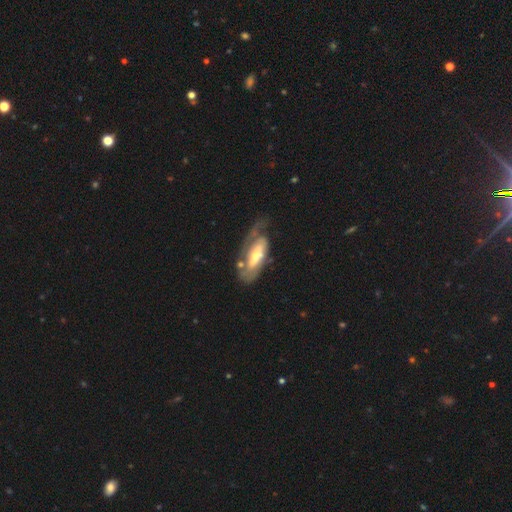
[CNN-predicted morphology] This is likely a featured or disk galaxy (67%). It is clearly not viewed edge-on (85%). Bar: marginally no (41%). Spiral arm pattern: likely yes (75%). Central bulge: possibly moderate (47%). Merging: marginally major disturbance (34%, tied with none).